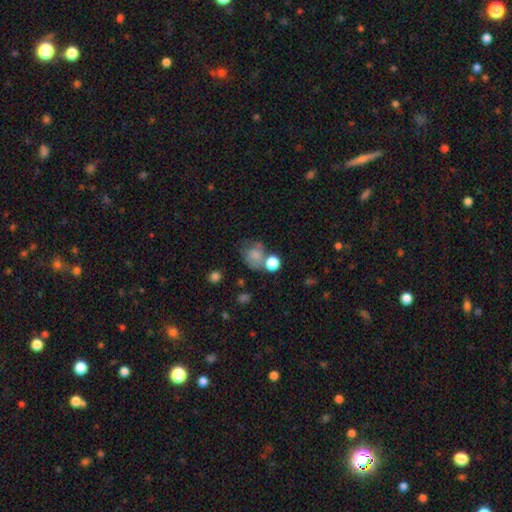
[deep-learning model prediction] smooth-or-featured: smooth: 71% | featured or disk: 17% | star or artifact: 12%
  how-rounded: round: 64% | in between: 35% | cigar-shaped: 1%
  merging: none: 40% | merger: 26% | minor disturbance: 19% | major disturbance: 15%